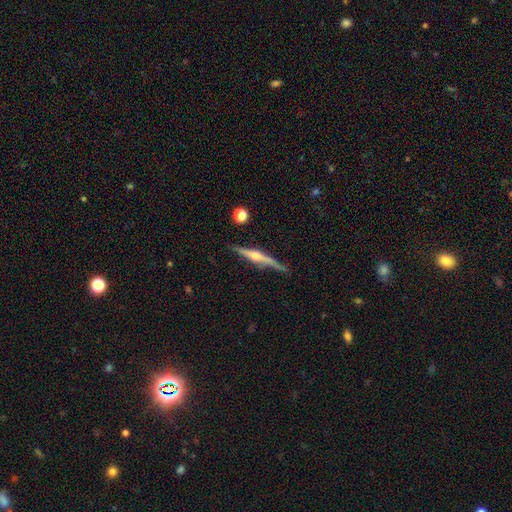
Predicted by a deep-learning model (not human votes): This is likely a featured or disk galaxy (79%). It is clearly viewed edge-on (98%). Edge-on bulge: clearly rounded (86%). Merging: clearly none (83%).